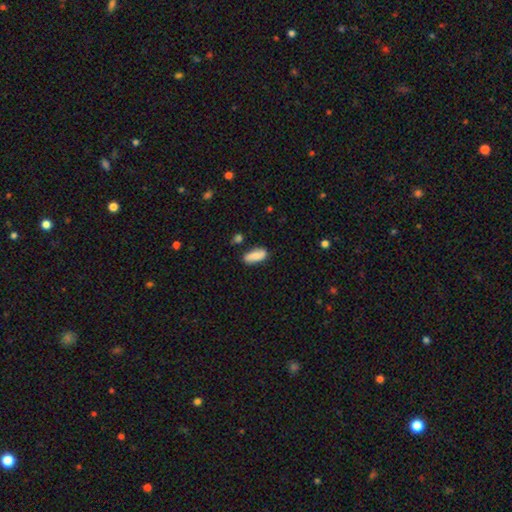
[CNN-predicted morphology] A smooth galaxy with no disk features (77%) that is in between round and cigar-shaped (82%).

Vote fractions:
- Smooth or featured? smooth: 77% / featured or disk: 16% / star or artifact: 7%
- How rounded? in between: 82% / cigar-shaped: 15% / round: 3%
- Merging? none: 77% / minor disturbance: 16% / merger: 4% / major disturbance: 3%